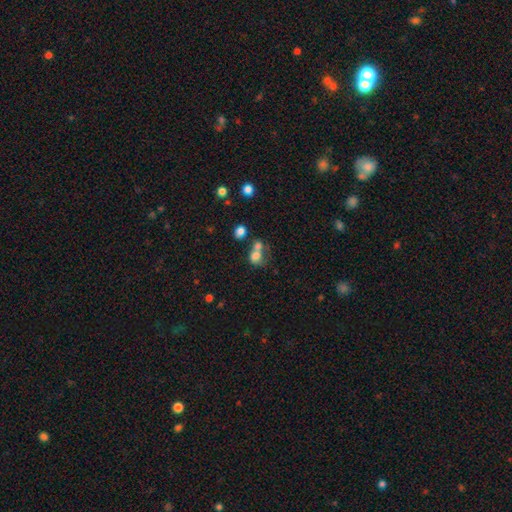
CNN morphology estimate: Smooth or featured? Predicted: smooth (p=0.72). How rounded? Predicted: round (p=0.55). Merging? Predicted: merger (p=0.53).